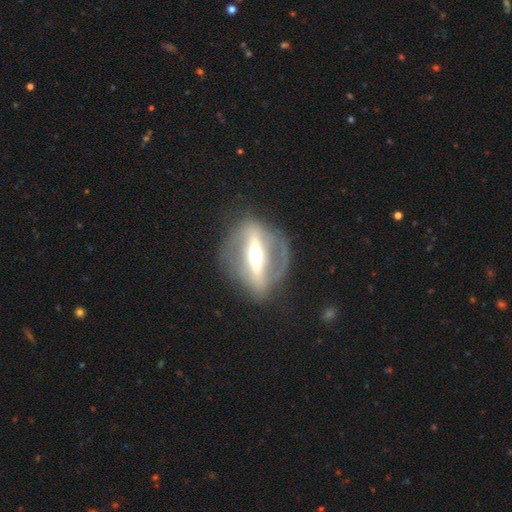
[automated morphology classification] The model was most divided on "edge-on disk": no: 59%, yes: 41%. More confident: smooth or featured — featured or disk (80%); merging — none (73%).